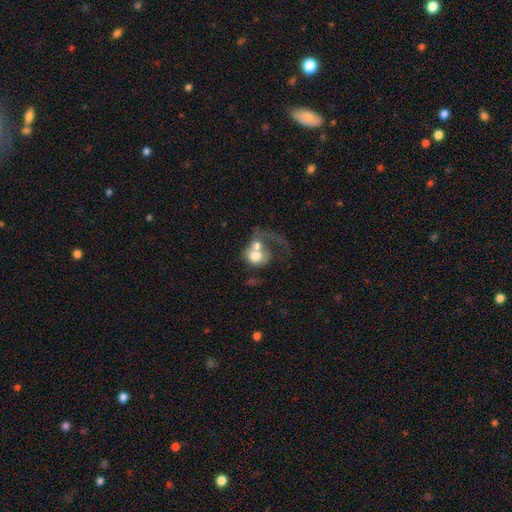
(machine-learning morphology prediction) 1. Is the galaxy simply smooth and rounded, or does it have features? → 48% smooth, 44% featured or disk, 8% star or artifact.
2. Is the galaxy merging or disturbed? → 60% merger, 22% major disturbance, 12% none, 6% minor disturbance.